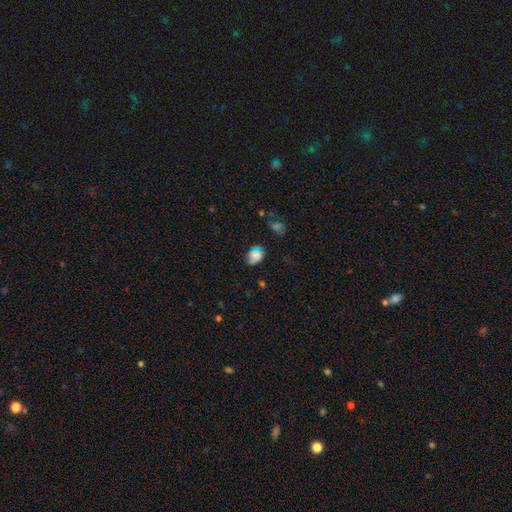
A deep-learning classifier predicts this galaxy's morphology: A smooth galaxy with no disk features (70%) that is in between round and cigar-shaped (63%). Merging: none (70%).